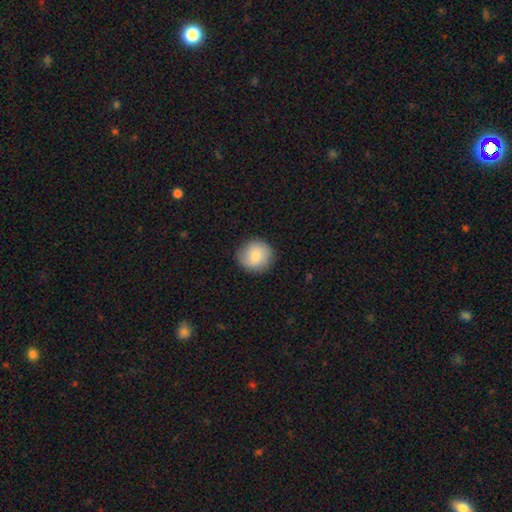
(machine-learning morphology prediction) This appears to be a smooth galaxy with no disk features (81%) that is round (92%). Merging: none (88%).